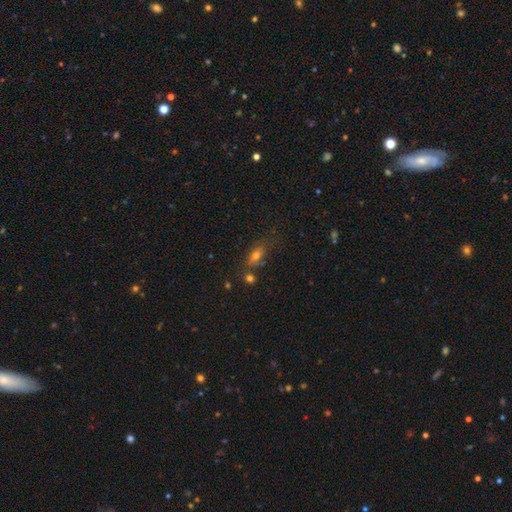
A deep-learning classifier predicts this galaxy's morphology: Smooth or featured? Predicted: smooth (p=0.58). How rounded? Predicted: in between (p=0.69). Merging? Predicted: none (p=0.58).